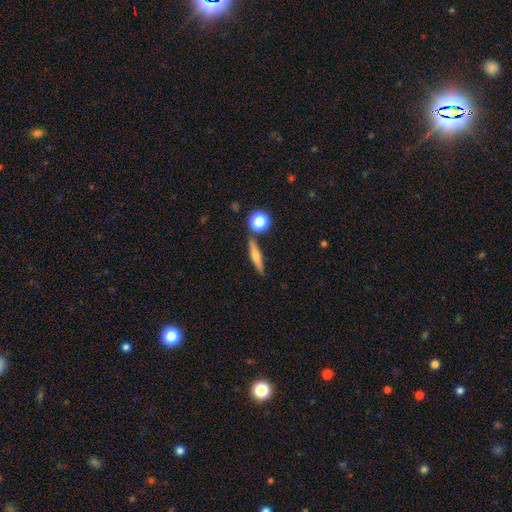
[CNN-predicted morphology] smooth-or-featured: smooth: 56% | featured or disk: 36% | star or artifact: 8%
  how-rounded: cigar-shaped: 78% | in between: 15% | round: 8%
  merging: none: 82% | minor disturbance: 9% | merger: 6% | major disturbance: 3%